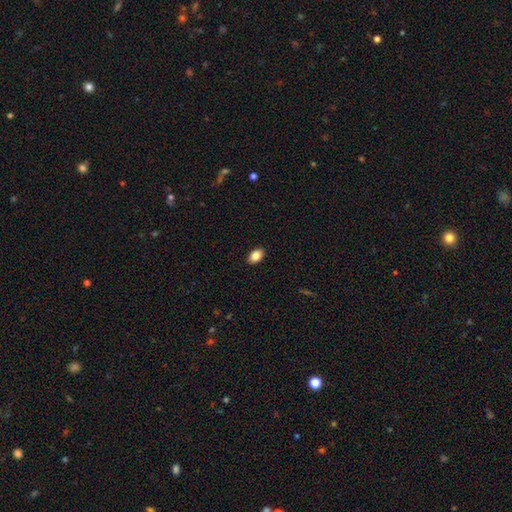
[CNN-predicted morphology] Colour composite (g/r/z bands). It shows a smooth galaxy with no disk features (86%) that is in between round and cigar-shaped (87%). Merging: none (90%).